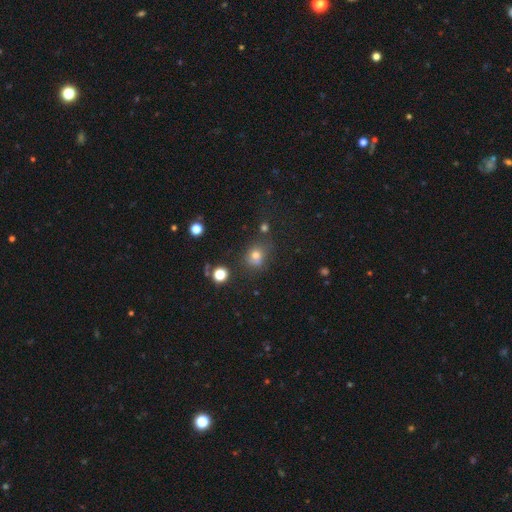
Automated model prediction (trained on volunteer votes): The model was most divided on "how rounded": round: 71%, in between: 28%, cigar-shaped: 1%. More confident: smooth or featured — smooth (71%); merging — none (62%).